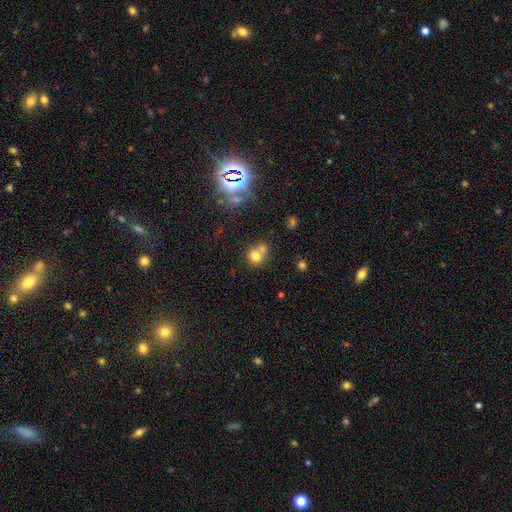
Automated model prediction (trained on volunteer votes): This appears to be a smooth galaxy with no disk features (73%) that is round (80%). Merging: merger (48%).